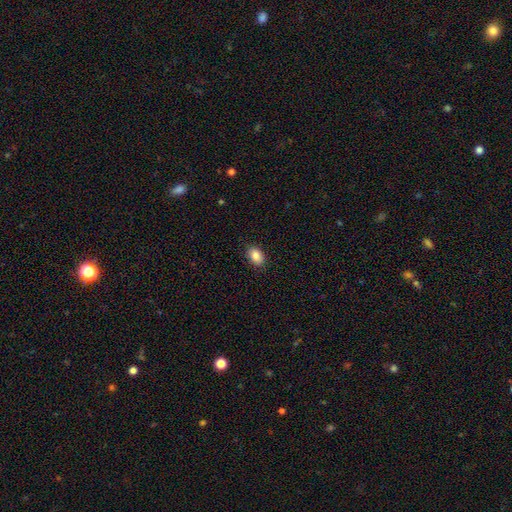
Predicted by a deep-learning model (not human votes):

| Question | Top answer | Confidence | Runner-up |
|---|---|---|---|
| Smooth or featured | smooth | 87% | star or artifact (8%) |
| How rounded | in between | 84% | round (14%) |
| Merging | none | 89% | minor disturbance (8%) |